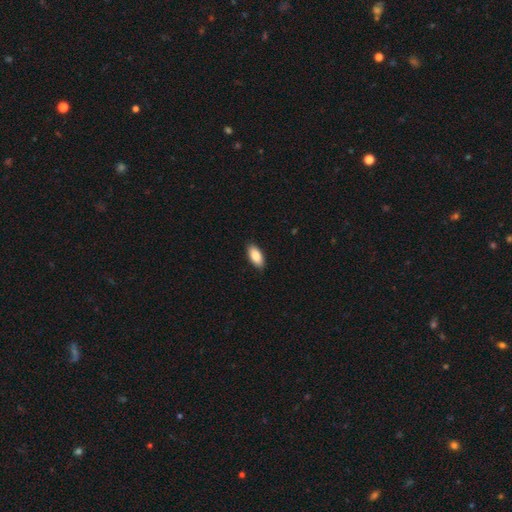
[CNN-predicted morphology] Smooth or featured: smooth — 86% (featured or disk — 8%)
How rounded: in between — 90% (cigar-shaped — 8%)
Merging: none — 89% (minor disturbance — 9%)